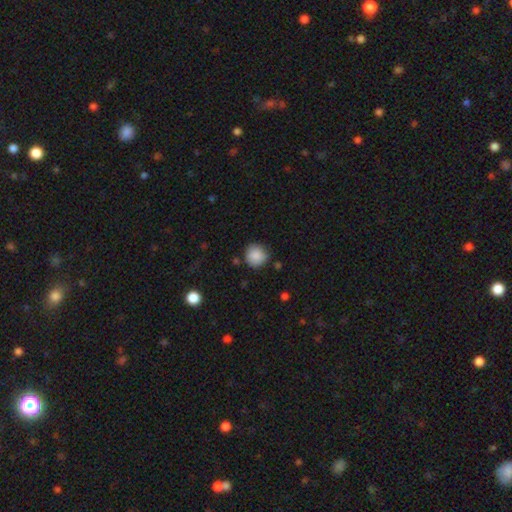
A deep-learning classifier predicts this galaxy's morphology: A smooth galaxy with no disk features (87%) that is round (92%). Merging: none (81%).